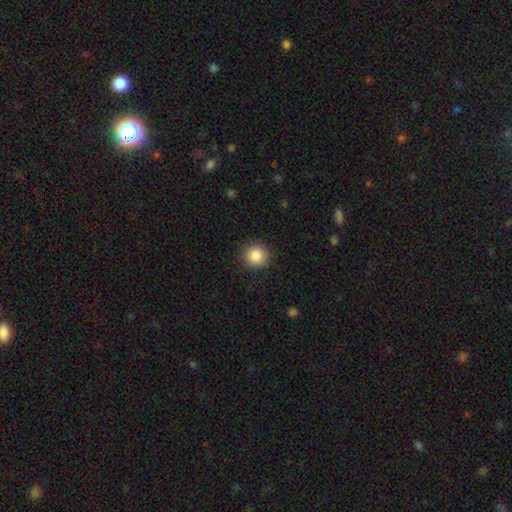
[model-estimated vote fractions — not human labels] The model was most divided on "smooth or featured": smooth: 86%, star or artifact: 10%, featured or disk: 5%. More confident: how rounded — round (91%); merging — none (91%).